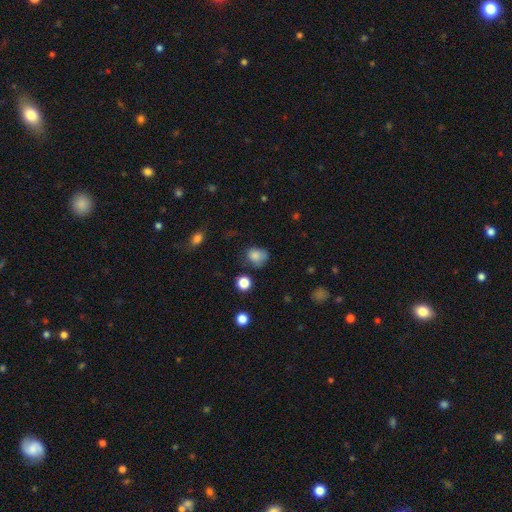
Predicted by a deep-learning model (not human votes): Smooth or featured? Predicted: smooth (p=0.82). How rounded? Predicted: in between (p=0.50). Merging? Predicted: none (p=0.54).